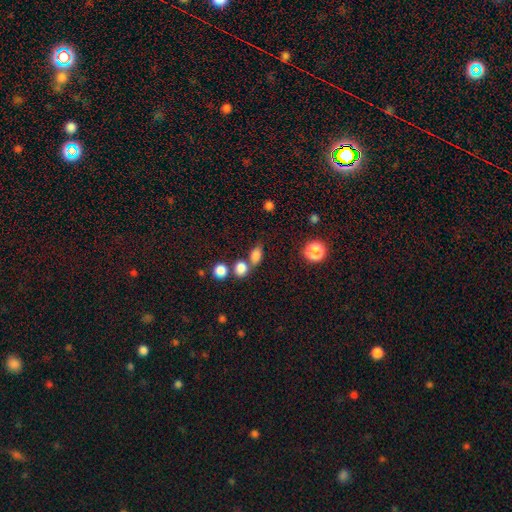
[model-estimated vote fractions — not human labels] Q: Smooth or featured?
A: smooth (80%); runner-up: star or artifact (12%)
Q: How rounded?
A: in between (71%); runner-up: round (24%)
Q: Merging?
A: none (52%); runner-up: merger (30%)